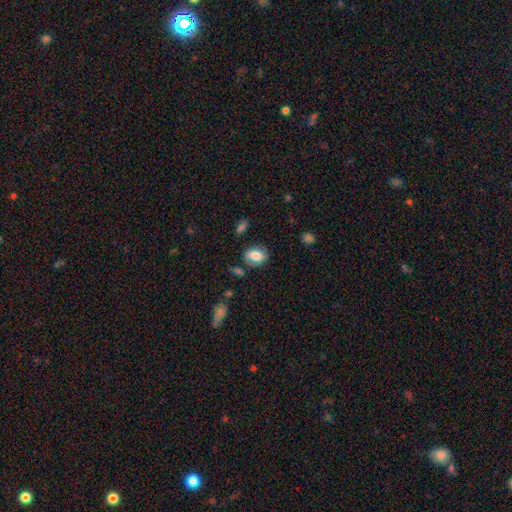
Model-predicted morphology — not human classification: Smooth or featured? Predicted: smooth (p=0.75). How rounded? Predicted: in between (p=0.70). Merging? Predicted: none (p=0.74).